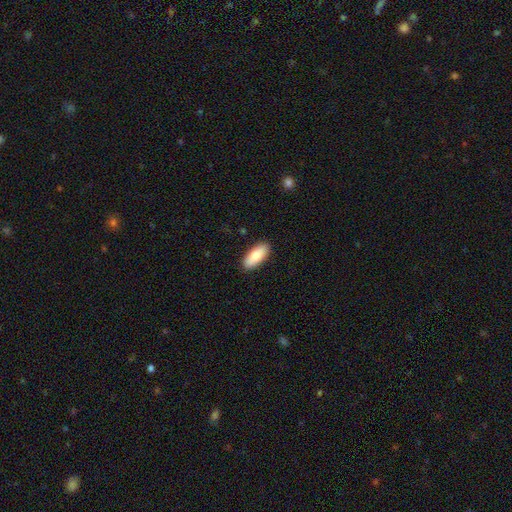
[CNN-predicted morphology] A smooth galaxy with no disk features (84%) that is in between round and cigar-shaped (84%). Merging: none (89%).